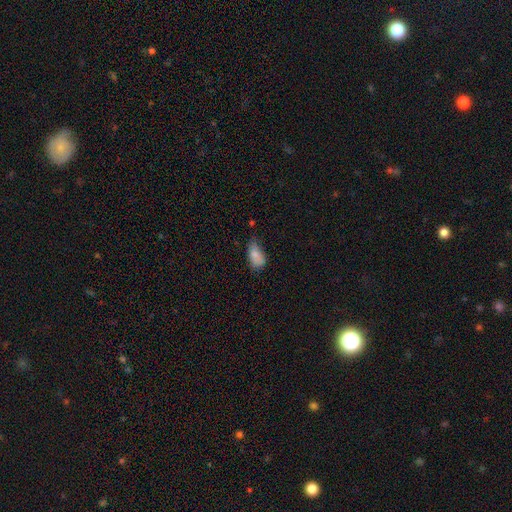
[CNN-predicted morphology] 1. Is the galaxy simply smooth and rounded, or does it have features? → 81% smooth, 11% featured or disk, 8% star or artifact.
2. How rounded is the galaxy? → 91% in between, 5% round, 4% cigar-shaped.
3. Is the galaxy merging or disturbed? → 46% none, 40% minor disturbance, 11% major disturbance, 3% merger.